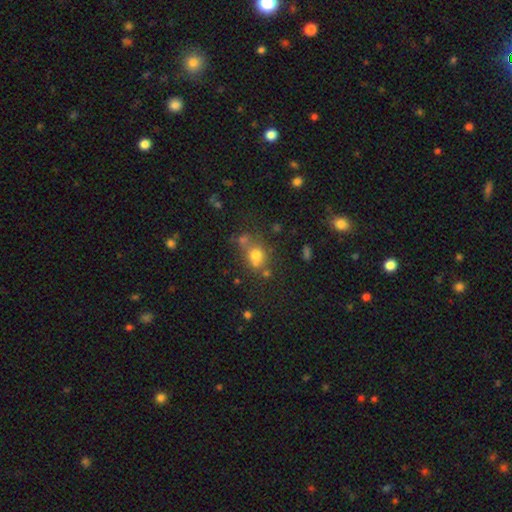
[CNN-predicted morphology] Smooth or featured?
  - smooth: 69% *
  - star or artifact: 17%
  - featured or disk: 14%
How rounded?
  - round: 66% *
  - in between: 33%
  - cigar-shaped: 1%
Merging?
  - none: 47% *
  - merger: 28%
  - minor disturbance: 16%
  - major disturbance: 9%